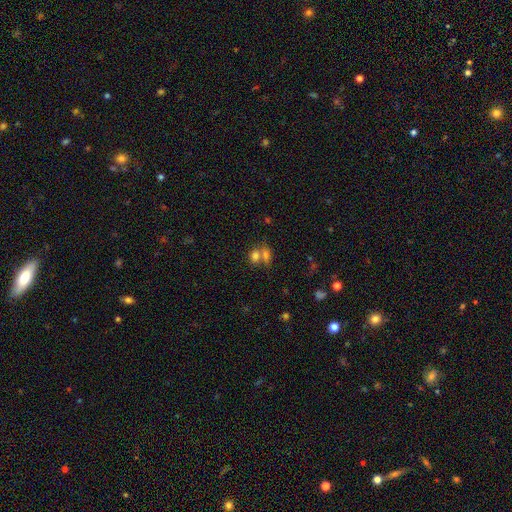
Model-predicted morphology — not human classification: The model was most divided on "merging": merger: 56%, none: 32%, minor disturbance: 8%, major disturbance: 4%. More confident: smooth or featured — smooth (76%); how rounded — in between (67%).